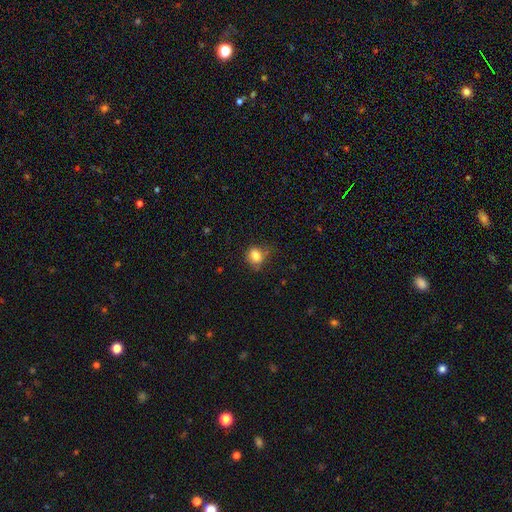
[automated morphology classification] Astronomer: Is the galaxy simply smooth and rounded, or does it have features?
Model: smooth — 81%.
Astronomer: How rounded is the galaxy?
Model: round — 62% (runner-up: in between, 37%).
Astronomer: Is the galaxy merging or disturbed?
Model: none — 62%.